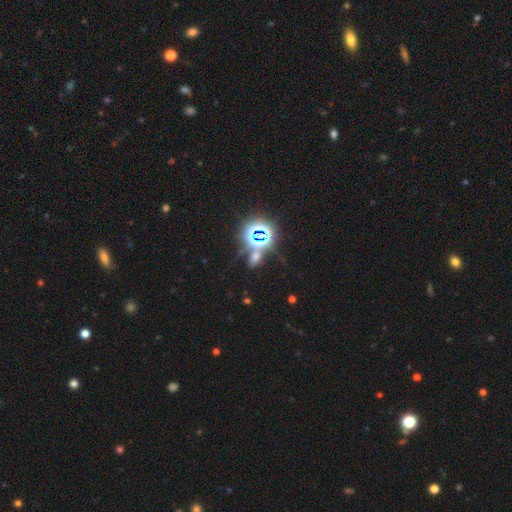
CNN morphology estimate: A star or artifact, not a galaxy (56%).